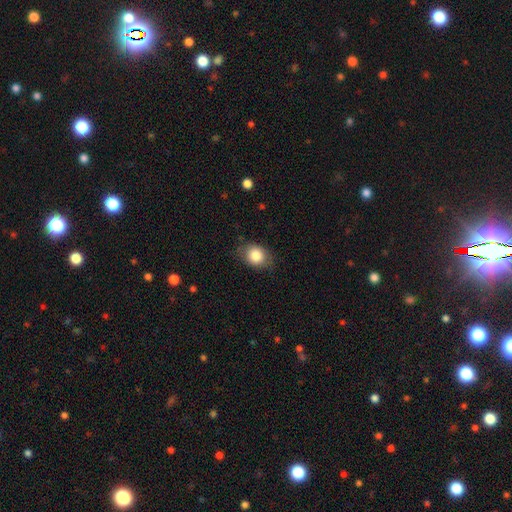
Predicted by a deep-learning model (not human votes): The model was most divided on "how rounded": in between: 56%, round: 43%, cigar-shaped: 1%. More confident: smooth or featured — smooth (84%); merging — none (78%).